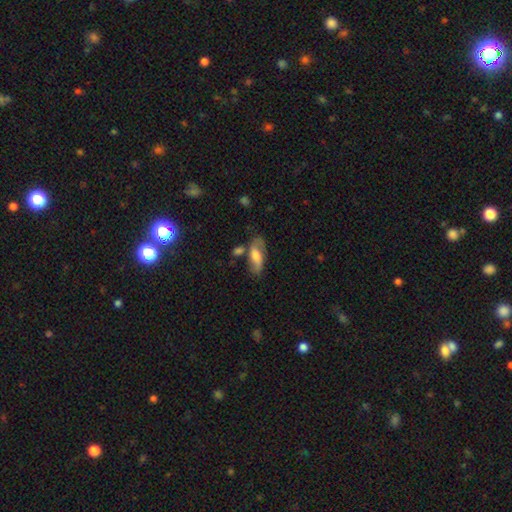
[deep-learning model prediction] smooth_or_featured: smooth (p=0.47) [alt: featured or disk p=0.46]
merging: none (p=0.57) [alt: minor disturbance p=0.22]